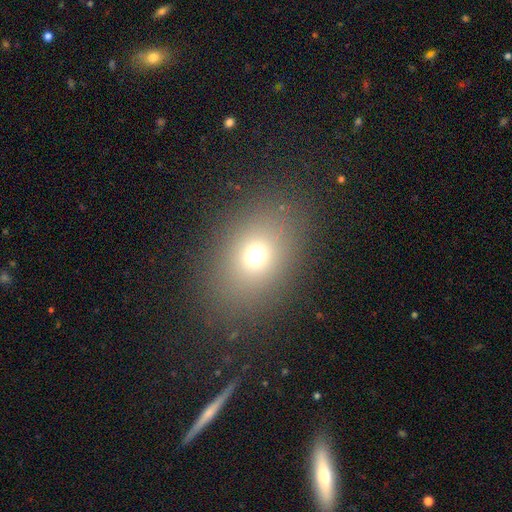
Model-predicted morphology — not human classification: Smooth or featured: smooth — 68% (star or artifact — 20%)
How rounded: in between — 62% (round — 37%)
Merging: none — 83% (minor disturbance — 9%)